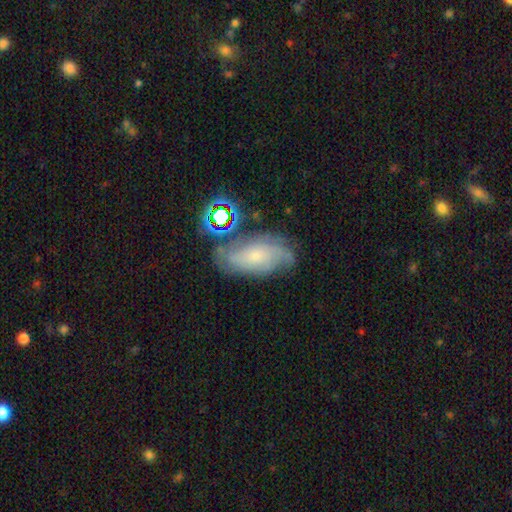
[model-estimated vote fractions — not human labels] Smooth or featured? featured or disk (62%)
Edge-on disk? no (92%)
Bar? no (75%)
Spiral arms? yes (87%)
Bulge size? small (73%)
Merging? none (60%)